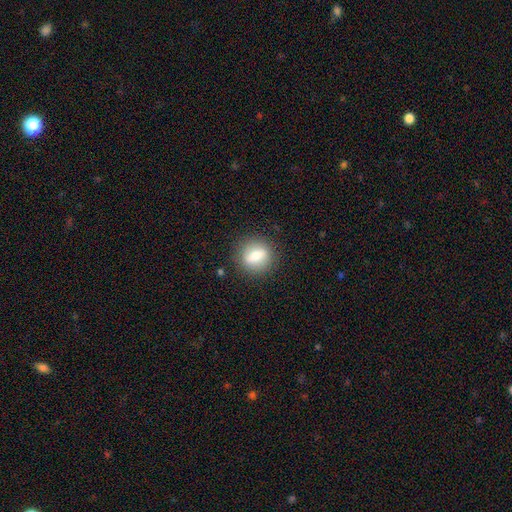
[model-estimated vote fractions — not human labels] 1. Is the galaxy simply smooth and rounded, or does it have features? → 68% smooth, 24% featured or disk, 9% star or artifact.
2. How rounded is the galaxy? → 71% round, 26% in between, 4% cigar-shaped.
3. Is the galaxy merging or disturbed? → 86% none, 10% minor disturbance, 3% major disturbance, 1% merger.